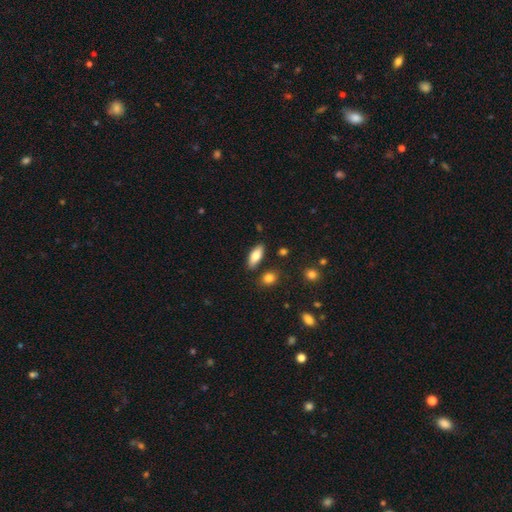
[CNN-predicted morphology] A smooth galaxy with no disk features (80%) that is in between round and cigar-shaped (79%). Merging: none (83%).